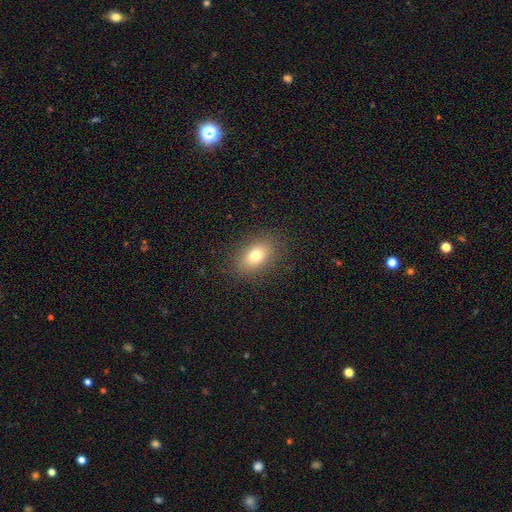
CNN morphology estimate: A smooth galaxy with no disk features (75%) that is in between round and cigar-shaped (79%). Merging: none (87%).